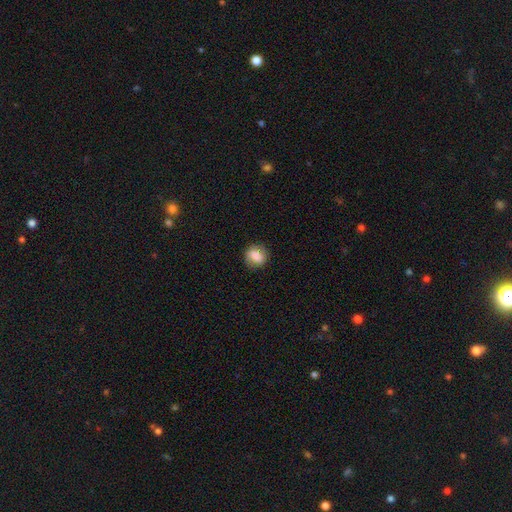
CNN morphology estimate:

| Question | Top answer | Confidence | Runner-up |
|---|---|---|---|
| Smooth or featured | smooth | 80% | featured or disk (11%) |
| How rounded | round | 69% | in between (29%) |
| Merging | none | 84% | minor disturbance (12%) |